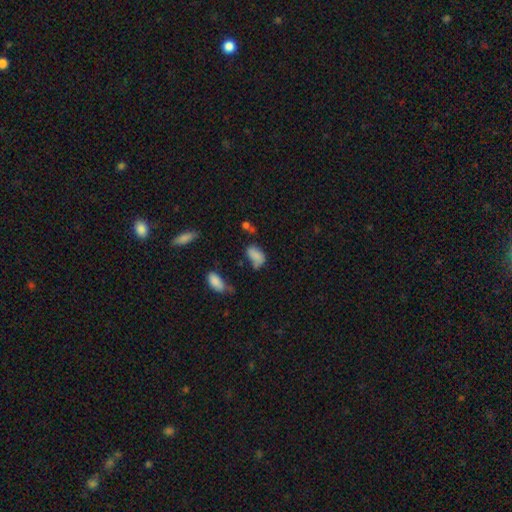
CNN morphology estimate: A smooth galaxy with no disk features (78%) that is in between round and cigar-shaped (90%). Merging: none (41%).